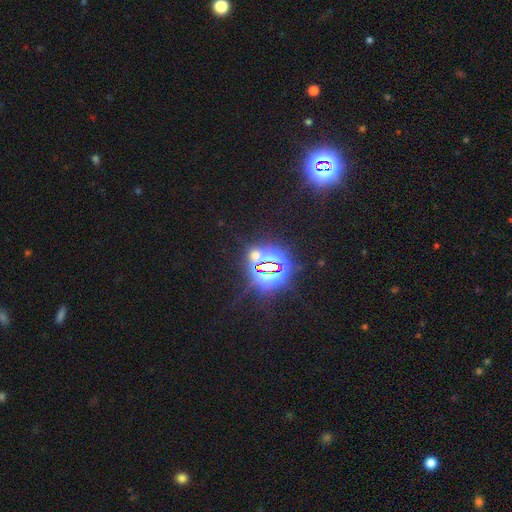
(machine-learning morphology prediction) A star or artifact, not a galaxy (75%).

Vote fractions:
- Smooth or featured? star or artifact: 75% / smooth: 17% / featured or disk: 8%